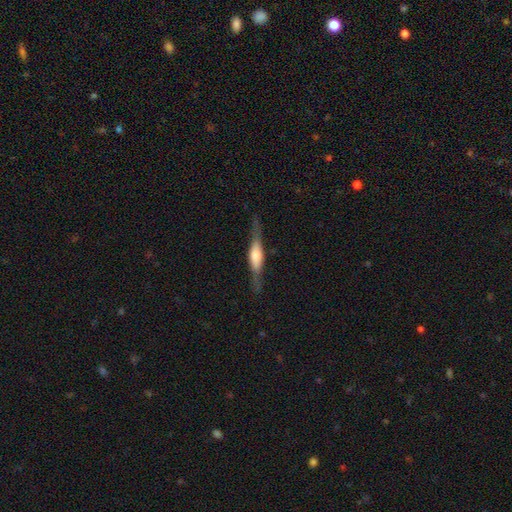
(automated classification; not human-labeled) smooth-or-featured: featured or disk: 68% | smooth: 26% | star or artifact: 6%
  disk-edge-on: yes: 96% | no: 4%
    edge-on-bulge: rounded: 71% | boxy: 24% | none: 4%
  merging: none: 82% | minor disturbance: 13% | major disturbance: 4% | merger: 1%